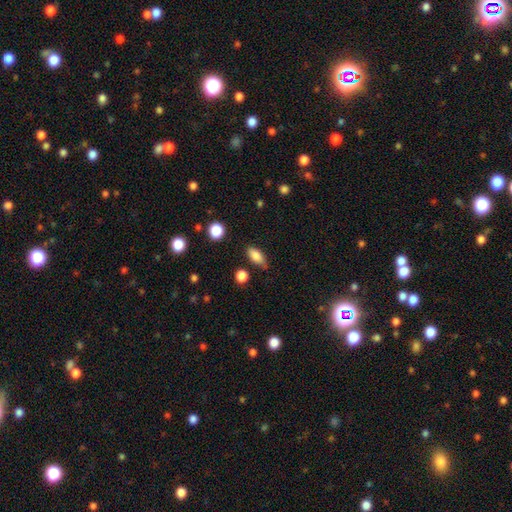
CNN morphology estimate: A smooth galaxy with no disk features (84%) that is in between round and cigar-shaped (85%). Merging: none (74%).